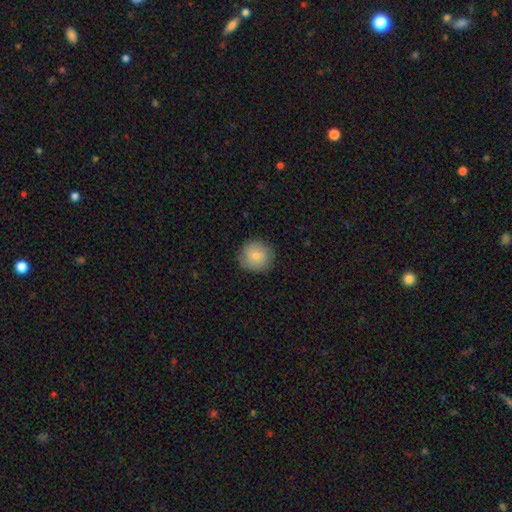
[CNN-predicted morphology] type=smooth (80%); roundness=round (91%); merging=none (85%).